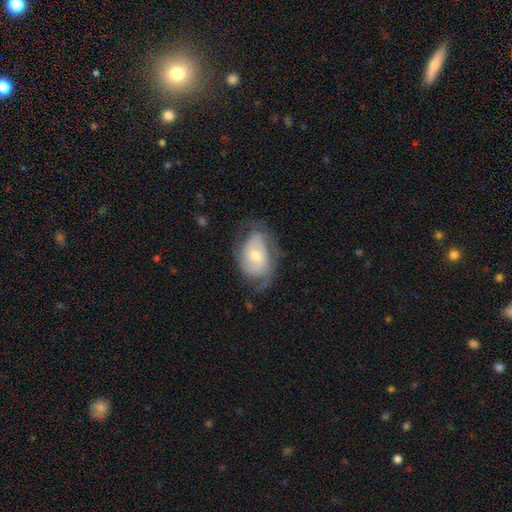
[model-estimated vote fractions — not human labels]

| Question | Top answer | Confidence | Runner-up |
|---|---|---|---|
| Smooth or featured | featured or disk | 68% | smooth (26%) |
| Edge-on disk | no | 96% | yes (4%) |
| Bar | no | 70% | weak (24%) |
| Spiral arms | yes | 83% | no (17%) |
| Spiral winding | tight | 44% | medium (37%) |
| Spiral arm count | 2 | 41% | can't tell (34%) |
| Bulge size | small | 48% | moderate (46%) |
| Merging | none | 57% | minor disturbance (24%) |